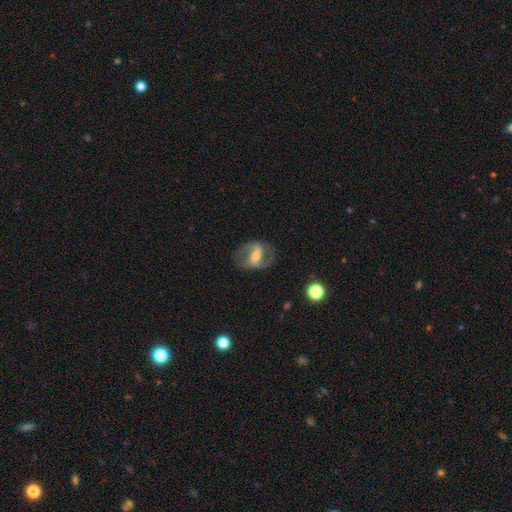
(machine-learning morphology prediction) smooth_or_featured: featured or disk (p=0.79) [alt: smooth p=0.15]
disk_edge_on: no (p=0.96) [alt: yes p=0.04]
bar: strong (p=0.52) [alt: weak p=0.34]
has_spiral_arms: yes (p=0.87) [alt: no p=0.13]
spiral_winding: medium (p=0.49) [alt: loose p=0.31]
spiral_arm_count: 2 (p=0.89) [alt: can't tell p=0.05]
bulge_size: moderate (p=0.51) [alt: small p=0.40]
merging: none (p=0.77) [alt: minor disturbance p=0.14]